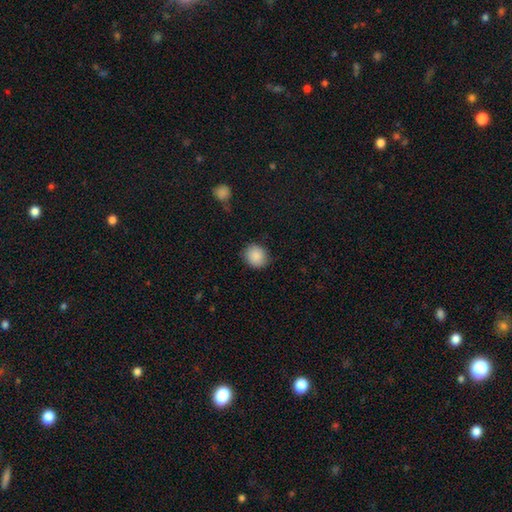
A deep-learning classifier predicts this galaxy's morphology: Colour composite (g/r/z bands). It shows a smooth galaxy with no disk features (88%) that is round (80%). Merging: none (83%).